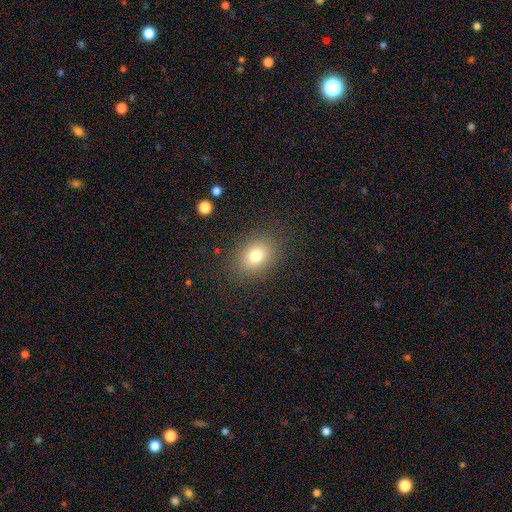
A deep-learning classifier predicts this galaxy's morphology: A smooth galaxy with no disk features (76%) that is in between round and cigar-shaped (61%). Merging: none (85%).